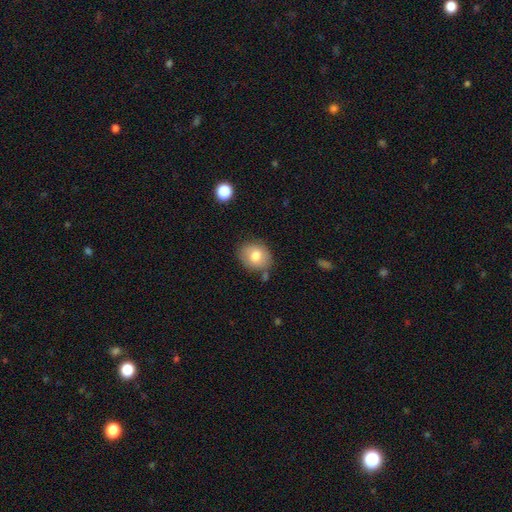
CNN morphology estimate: A smooth galaxy with no disk features (75%) that is round (58%). Merging: none (76%).